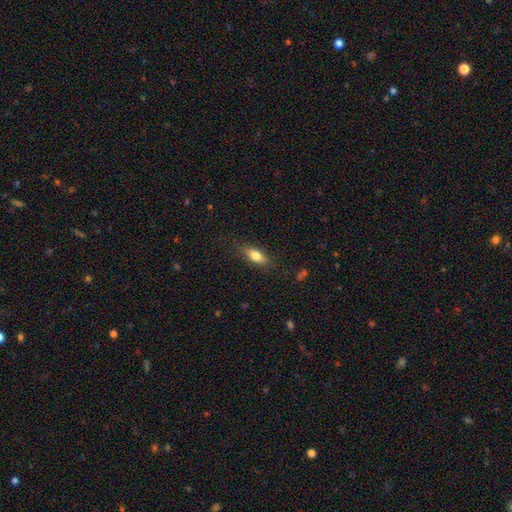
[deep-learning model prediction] Morphology: type=smooth (76%); roundness=in between (75%); merging=none (83%).